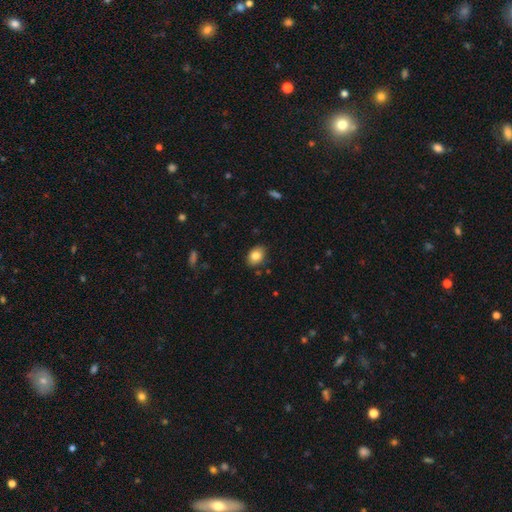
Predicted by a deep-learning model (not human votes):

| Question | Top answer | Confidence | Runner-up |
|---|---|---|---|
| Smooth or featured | smooth | 82% | featured or disk (9%) |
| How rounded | in between | 73% | round (26%) |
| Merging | none | 85% | minor disturbance (11%) |